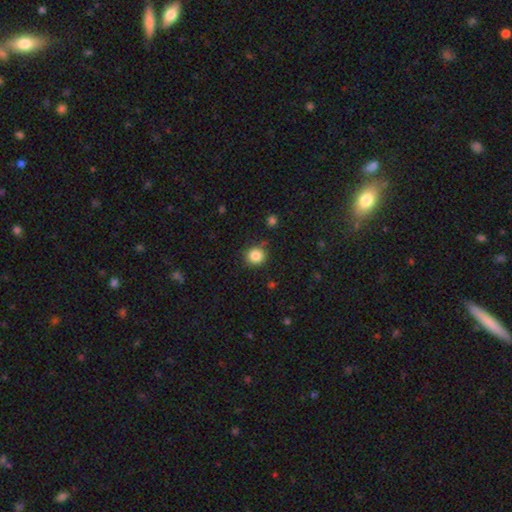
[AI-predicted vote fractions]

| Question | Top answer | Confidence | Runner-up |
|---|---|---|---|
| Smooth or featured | smooth | 85% | star or artifact (11%) |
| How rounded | round | 92% | in between (7%) |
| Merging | none | 87% | minor disturbance (9%) |